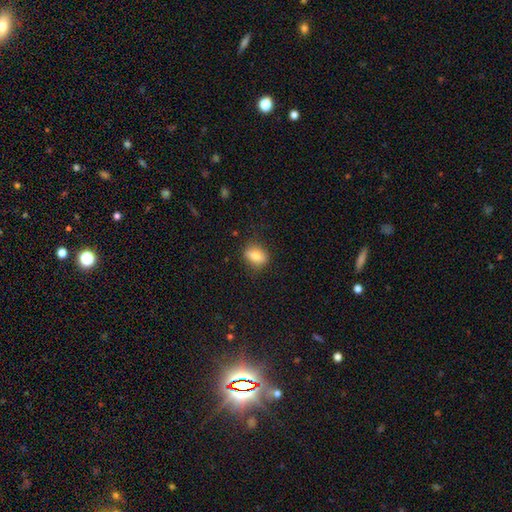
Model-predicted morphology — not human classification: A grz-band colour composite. It shows a smooth galaxy with no disk features (75%) that is in between round and cigar-shaped (64%). Merging: none (79%).